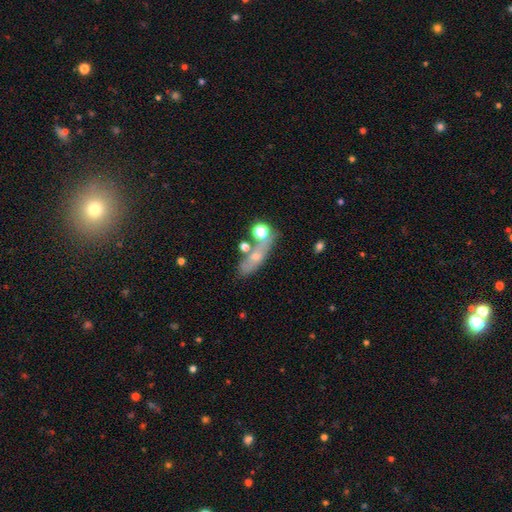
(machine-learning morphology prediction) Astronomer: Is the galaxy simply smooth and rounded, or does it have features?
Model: smooth — 52% (runner-up: featured or disk, 34%).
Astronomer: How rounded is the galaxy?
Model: in between — 49% (runner-up: cigar-shaped, 36%).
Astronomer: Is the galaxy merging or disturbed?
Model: none — 46% (runner-up: merger, 22%).